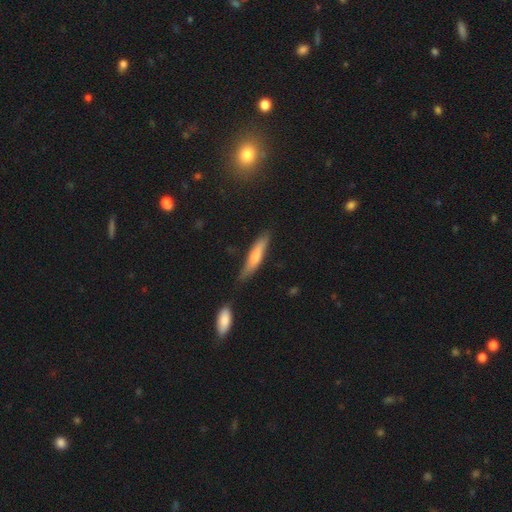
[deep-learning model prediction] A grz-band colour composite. It shows a smooth galaxy with no disk features (66%) that is cigar-shaped (84%). Merging: none (68%).